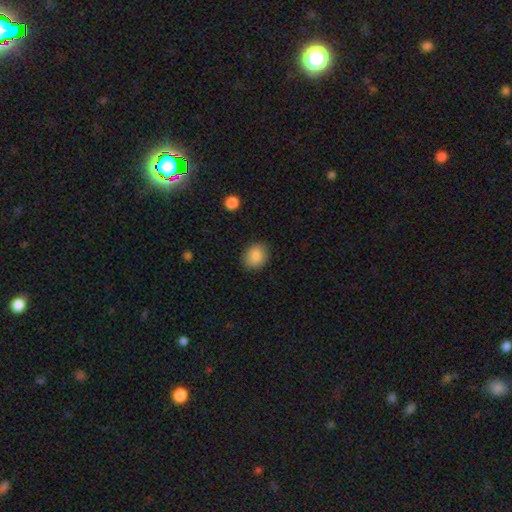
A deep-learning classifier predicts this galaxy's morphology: smooth 86%, star or artifact 8%, featured or disk 5%. Down the decision tree: how rounded — round (55%); merging — none (86%).